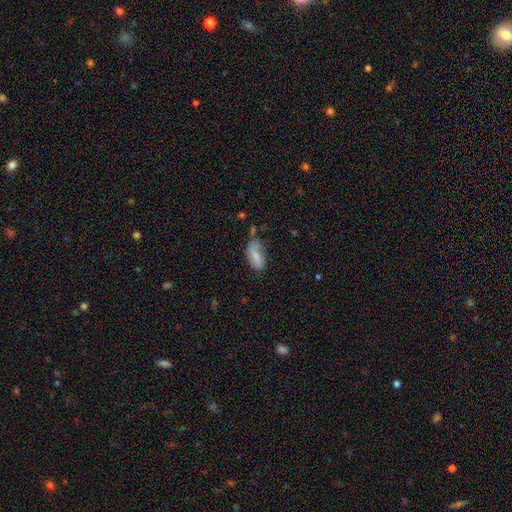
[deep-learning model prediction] smooth-or-featured: smooth: 71% | featured or disk: 21% | star or artifact: 8%
  how-rounded: in between: 89% | cigar-shaped: 7% | round: 4%
  merging: none: 51% | minor disturbance: 32% | major disturbance: 11% | merger: 6%